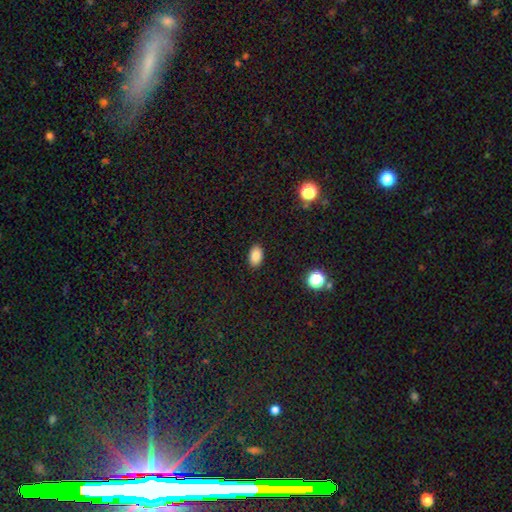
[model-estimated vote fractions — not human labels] Smooth or featured: smooth — 84% (star or artifact — 10%)
How rounded: in between — 90% (round — 9%)
Merging: none — 89% (minor disturbance — 8%)